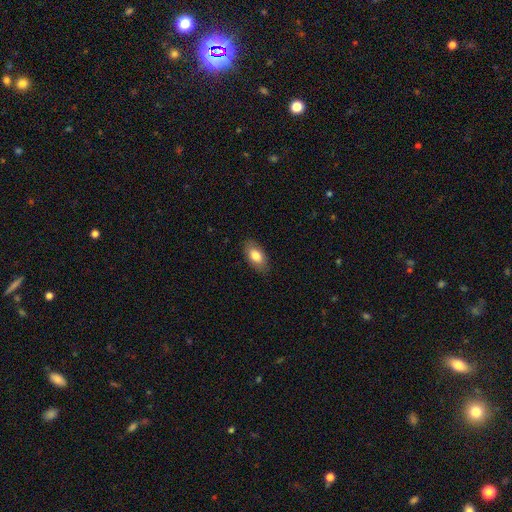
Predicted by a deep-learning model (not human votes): Overall: smooth (79%). How rounded: in between (92%). Merging: none (86%).